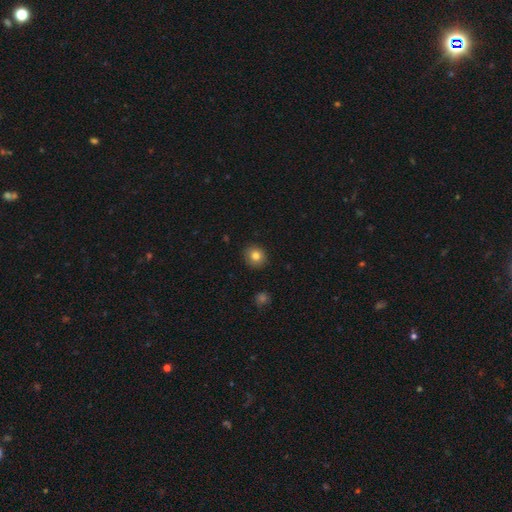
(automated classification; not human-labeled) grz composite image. It shows a smooth galaxy with no disk features (82%) that is round (83%). Merging: none (90%).